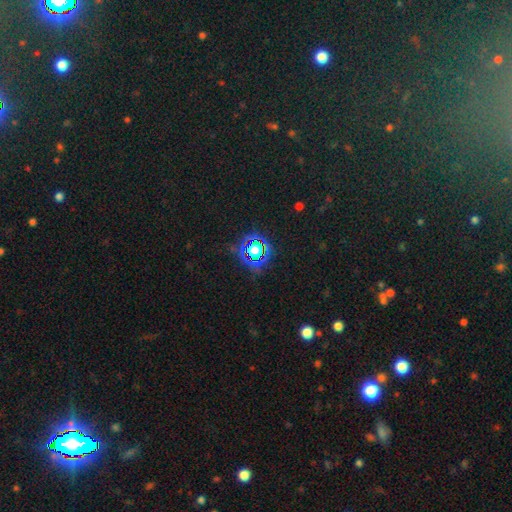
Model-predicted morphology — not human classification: smooth_or_featured: star or artifact (p=0.78) [alt: smooth p=0.15]